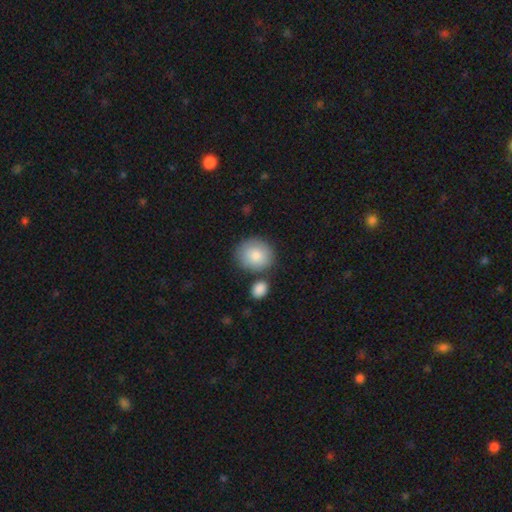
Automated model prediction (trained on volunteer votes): smooth 85%, featured or disk 9%, star or artifact 6%. Down the decision tree: how rounded — round (74%); merging — none (70%).